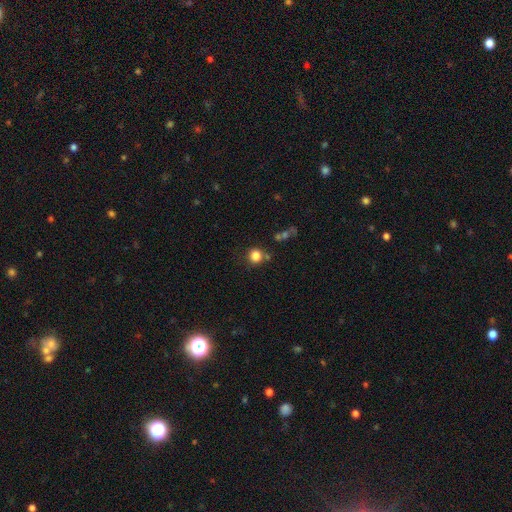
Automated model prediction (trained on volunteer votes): Q: Smooth or featured?
A: smooth (83%); runner-up: star or artifact (12%)
Q: How rounded?
A: round (89%); runner-up: in between (10%)
Q: Merging?
A: none (75%); runner-up: minor disturbance (12%)